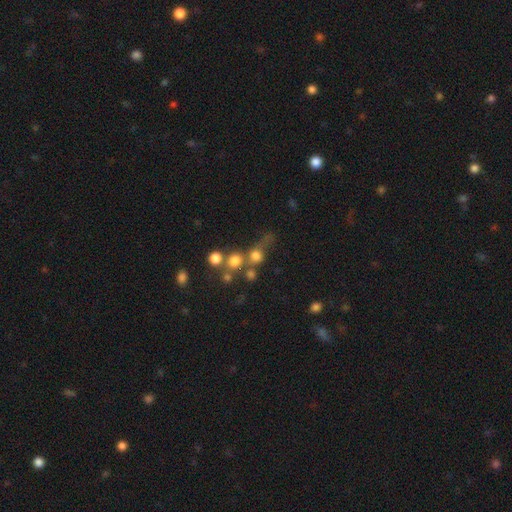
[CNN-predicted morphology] The model was most divided on "merging": none: 42%, merger: 36%, major disturbance: 11%, minor disturbance: 11%. More confident: how rounded — round (85%); smooth or featured — smooth (66%).